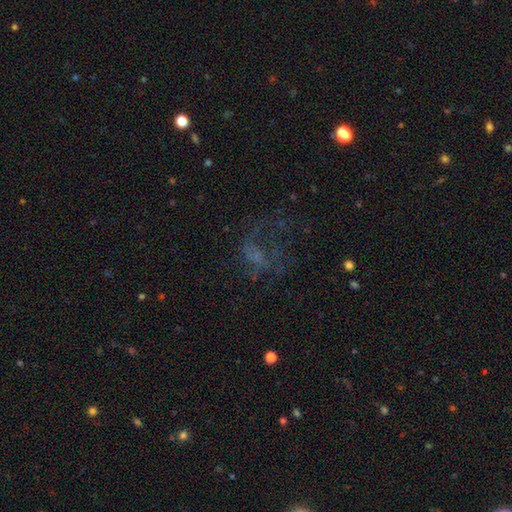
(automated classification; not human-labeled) Smooth or featured? featured or disk (47%)
Merging? major disturbance (45%)